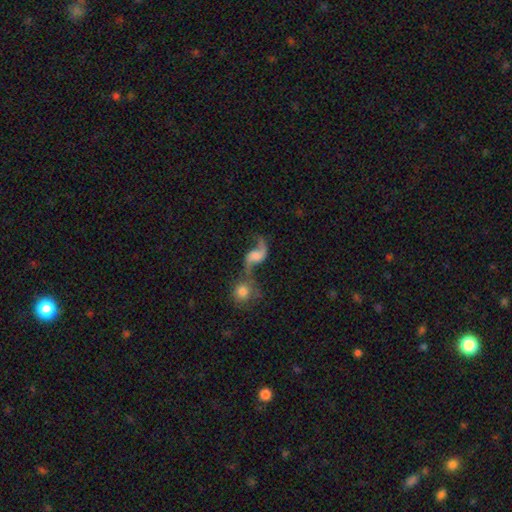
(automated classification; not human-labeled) Overall: featured or disk (81%). Edge-on disk: no (97%). Bar: no (52%; weak 38%). Spiral arms: yes (94%). Spiral arm count: 2 (90%). Spiral winding: loose (88%). Bulge size: none (30%; moderate 27%). Merging: merger (41%; none 34%).